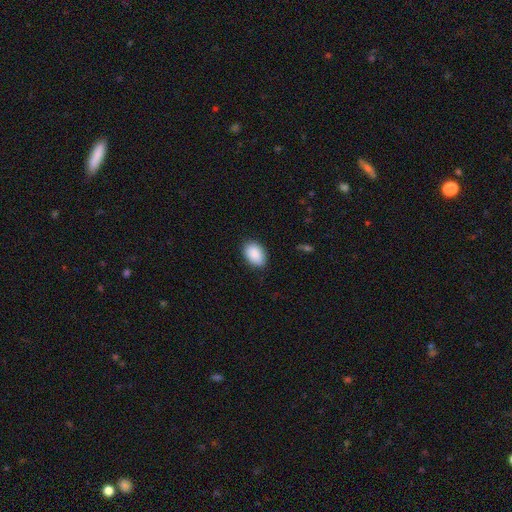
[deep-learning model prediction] Smooth or featured: smooth — 90% (star or artifact — 7%)
How rounded: in between — 88% (round — 11%)
Merging: none — 85% (minor disturbance — 11%)